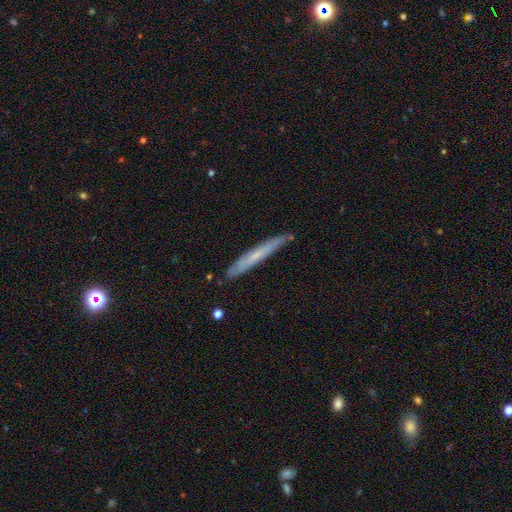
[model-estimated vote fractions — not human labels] The model was most divided on "smooth or featured" (2-way tie): smooth: 47%, featured or disk: 47%, star or artifact: 6%. More confident: merging — none (83%).